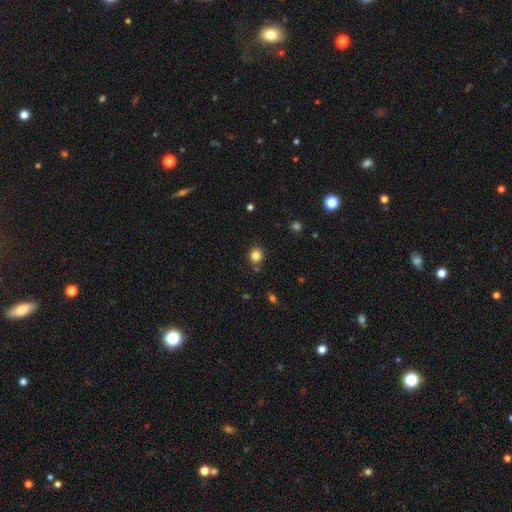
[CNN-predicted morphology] A smooth galaxy with no disk features (83%) that is round (86%).

Vote fractions:
- Smooth or featured? smooth: 83% / star or artifact: 13% / featured or disk: 5%
- How rounded? round: 86% / in between: 14% / cigar-shaped: 1%
- Merging? none: 83% / minor disturbance: 9% / merger: 5% / major disturbance: 3%